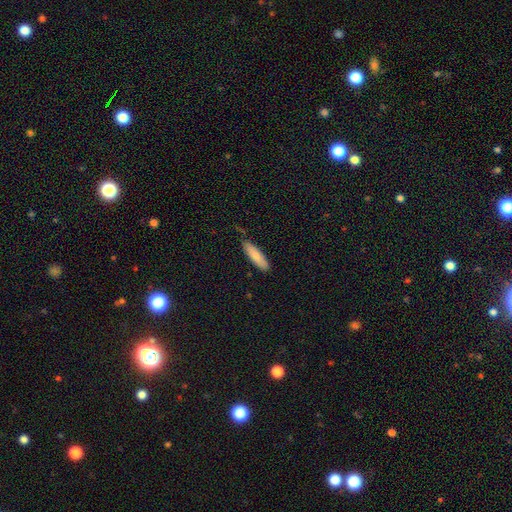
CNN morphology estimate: type=smooth (81%); roundness=cigar-shaped (62%); merging=none (79%).